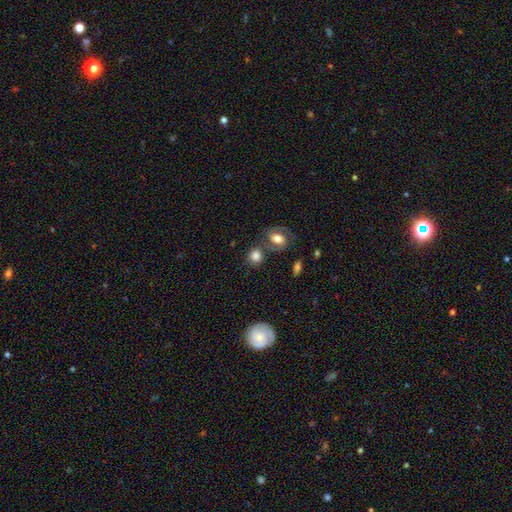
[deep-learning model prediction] This appears to be a smooth galaxy with no disk features (76%) that is round (71%). Merging: none (56%).